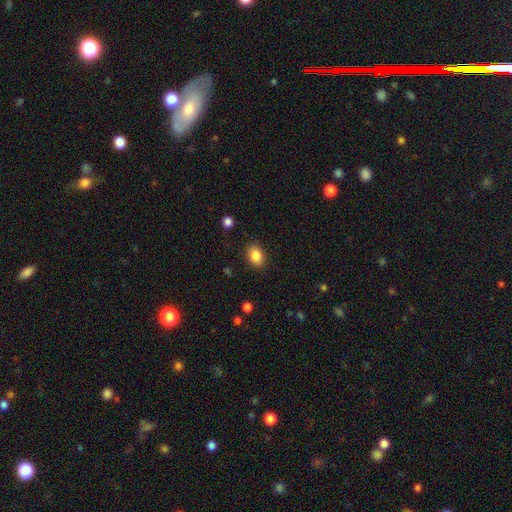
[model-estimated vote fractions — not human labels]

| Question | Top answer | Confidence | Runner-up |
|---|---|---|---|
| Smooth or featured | smooth | 86% | star or artifact (9%) |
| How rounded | in between | 76% | round (23%) |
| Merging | none | 88% | minor disturbance (9%) |